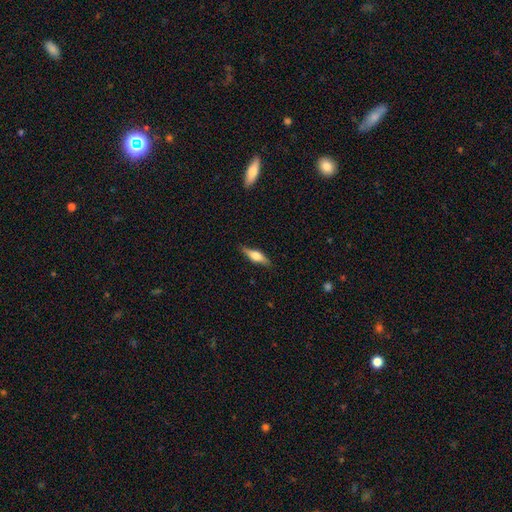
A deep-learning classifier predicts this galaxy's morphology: This appears to be a featured or disk galaxy (49%). Merging: none (84%).